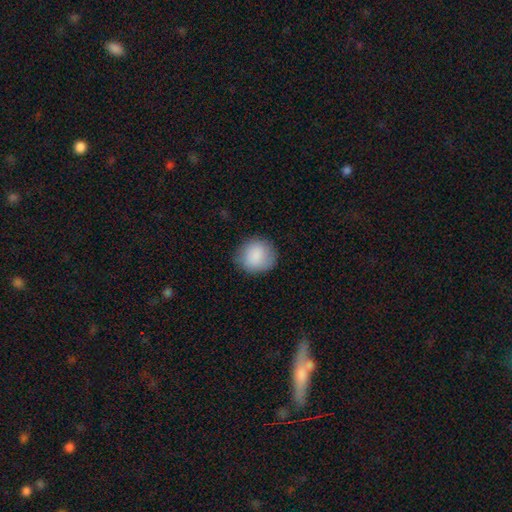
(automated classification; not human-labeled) This appears to be a smooth galaxy with no disk features (88%) that is round (84%). Merging: none (82%).